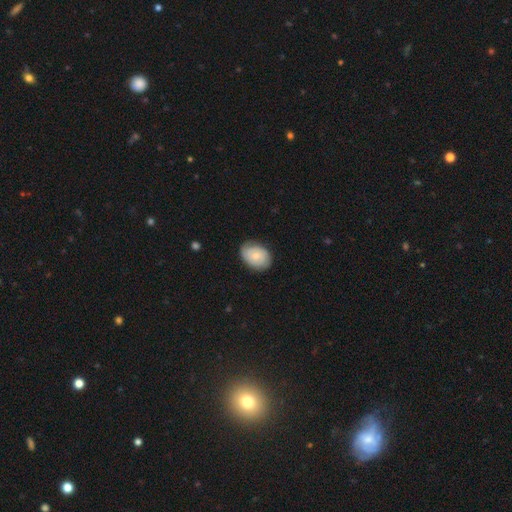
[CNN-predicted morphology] Q: Smooth or featured?
A: smooth (56%); runner-up: featured or disk (38%)
Q: How rounded?
A: in between (75%); runner-up: round (24%)
Q: Merging?
A: none (76%); runner-up: minor disturbance (19%)